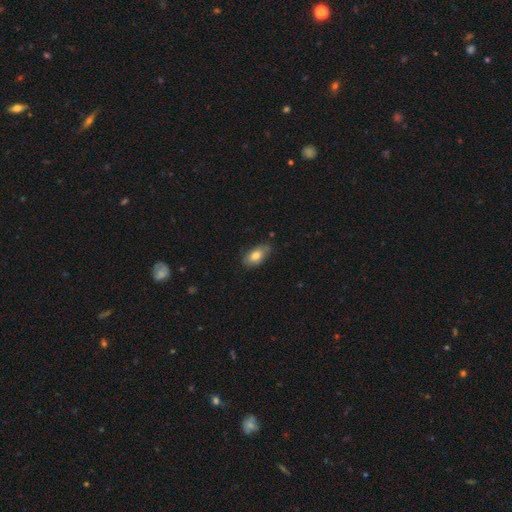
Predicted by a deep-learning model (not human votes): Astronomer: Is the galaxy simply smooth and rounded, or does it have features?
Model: smooth — 77%.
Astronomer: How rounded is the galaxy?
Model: in between — 91%.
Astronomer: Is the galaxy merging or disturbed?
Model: none — 74%.